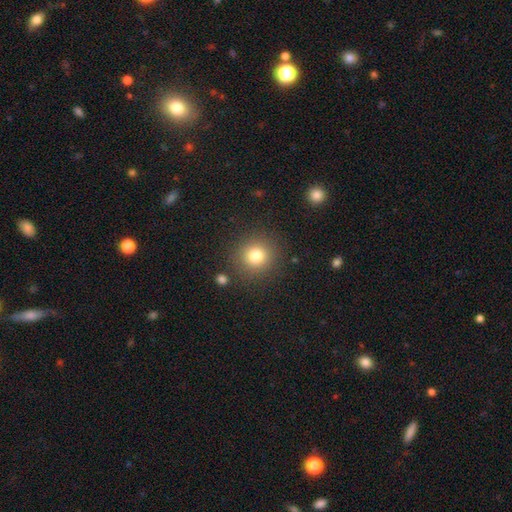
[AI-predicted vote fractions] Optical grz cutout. It shows a smooth galaxy with no disk features (79%) that is round (92%). Merging: none (87%).